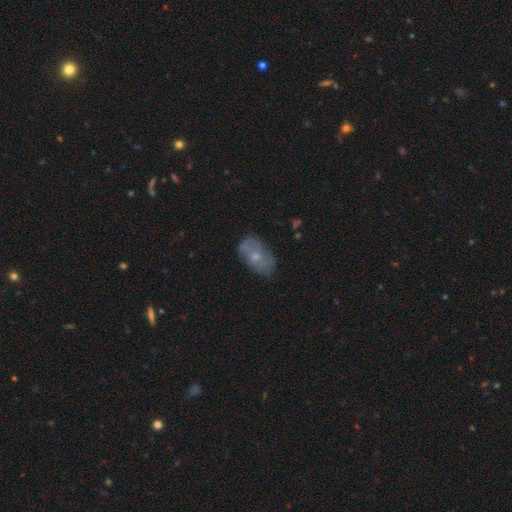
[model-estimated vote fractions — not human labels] A featured or disk galaxy (46%). Merging: none (64%).